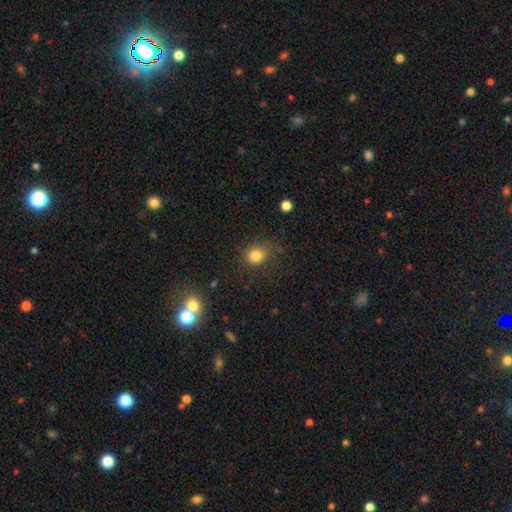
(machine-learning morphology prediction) A smooth galaxy with no disk features (81%) that is round (65%).

Vote fractions:
- Smooth or featured? smooth: 81% / star or artifact: 12% / featured or disk: 7%
- How rounded? round: 65% / in between: 34% / cigar-shaped: 1%
- Merging? none: 73% / minor disturbance: 17% / major disturbance: 8% / merger: 2%